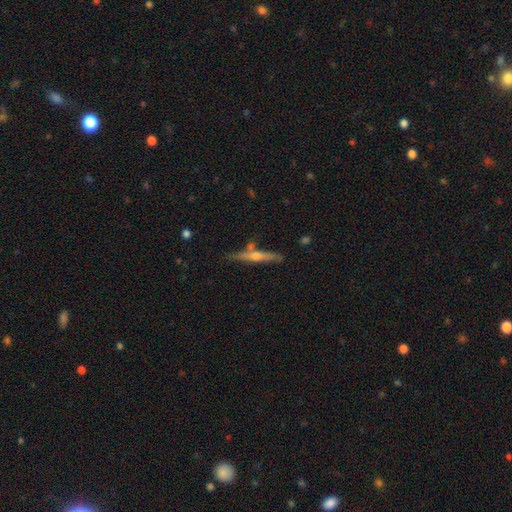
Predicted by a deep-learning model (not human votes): The model was most divided on "smooth or featured": featured or disk: 62%, smooth: 32%, star or artifact: 6%. More confident: edge-on disk — yes (96%); merging — none (78%); edge-on bulge — rounded (77%).